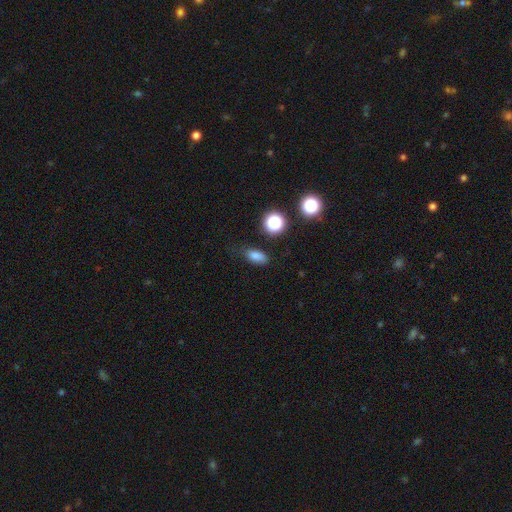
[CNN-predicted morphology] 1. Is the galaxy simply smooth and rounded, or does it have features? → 78% smooth, 14% star or artifact, 7% featured or disk.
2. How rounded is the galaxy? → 79% in between, 11% round, 9% cigar-shaped.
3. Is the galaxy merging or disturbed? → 73% none, 19% minor disturbance, 5% major disturbance, 2% merger.